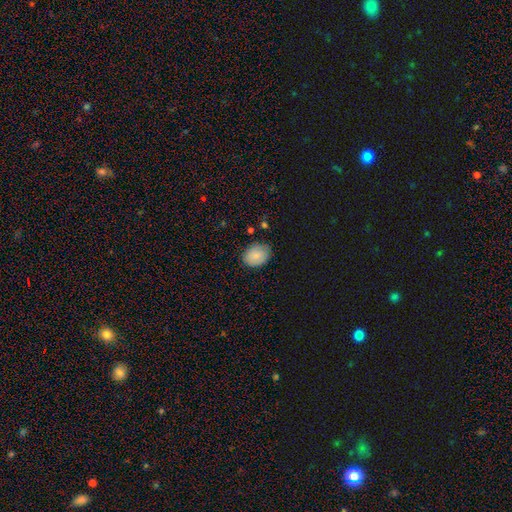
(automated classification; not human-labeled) Smooth or featured? smooth (83%)
How rounded? in between (64%)
Merging? none (79%)